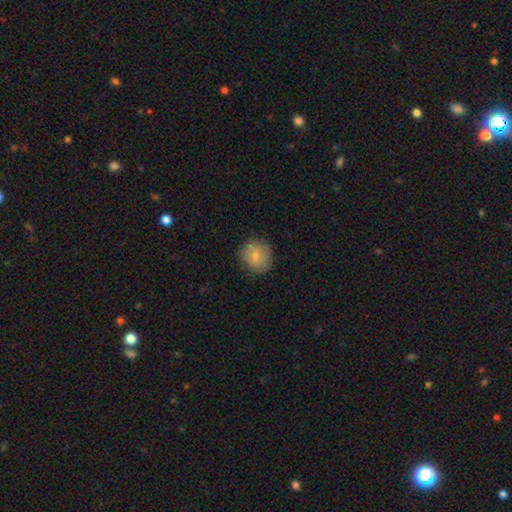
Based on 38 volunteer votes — Volunteers were most divided on "smooth or featured": smooth: 74%, featured or disk: 18%, star or artifact: 8%. More confident: how rounded — round (89%); merging — none (83%).